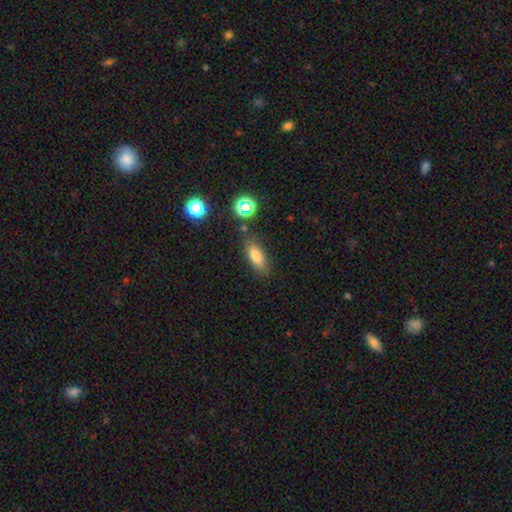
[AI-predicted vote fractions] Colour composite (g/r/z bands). It shows a smooth galaxy with no disk features (76%) that is in between round and cigar-shaped (69%). Merging: none (77%).